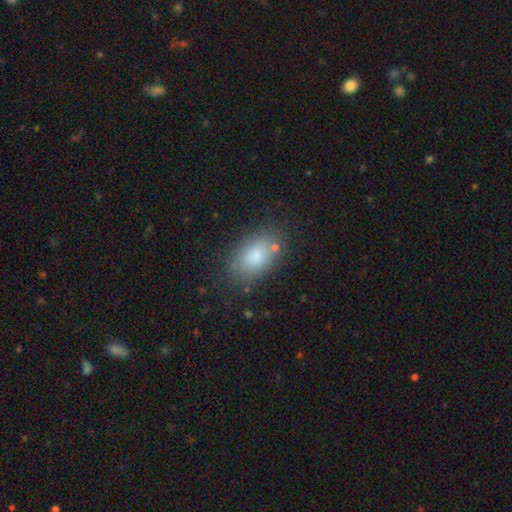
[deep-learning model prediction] Morphology: type=smooth (81%); roundness=in between (88%); merging=none (77%).